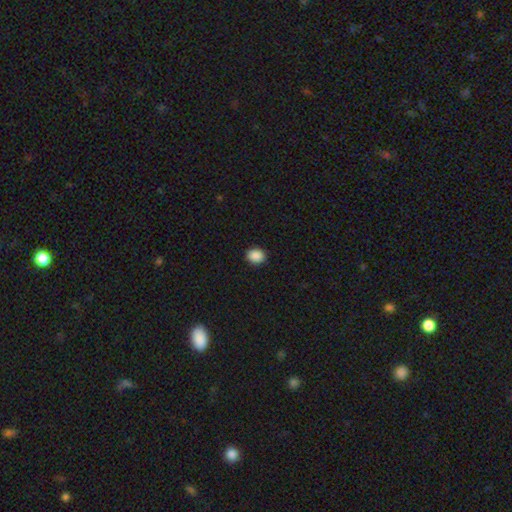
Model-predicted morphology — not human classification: Smooth or featured? Predicted: smooth (p=0.89). How rounded? Predicted: round (p=0.56). Merging? Predicted: none (p=0.91).